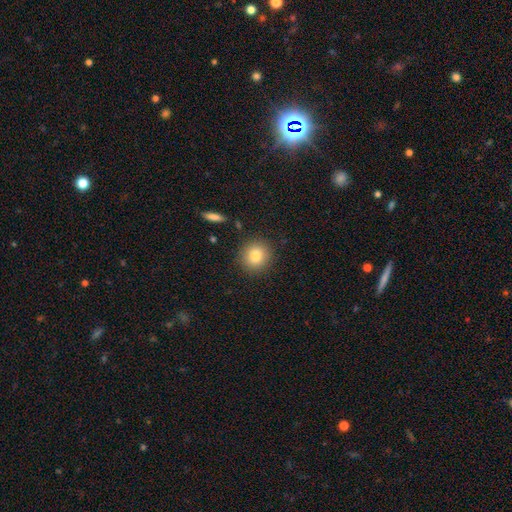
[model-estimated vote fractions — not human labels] A smooth galaxy with no disk features (82%) that is round (88%).

Vote fractions:
- Smooth or featured? smooth: 82% / star or artifact: 9% / featured or disk: 8%
- How rounded? round: 88% / in between: 11% / cigar-shaped: 1%
- Merging? none: 88% / minor disturbance: 8% / major disturbance: 3% / merger: 2%